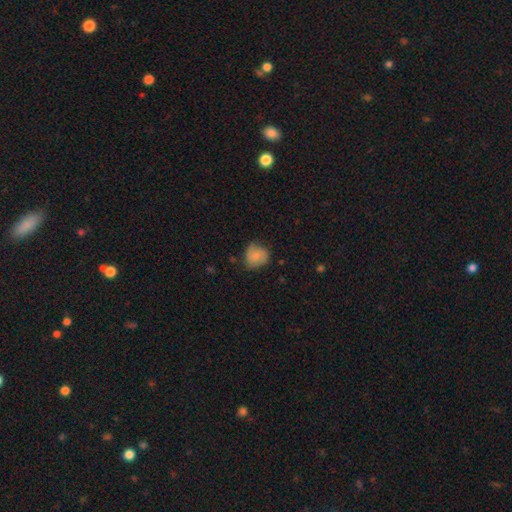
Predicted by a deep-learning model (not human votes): smooth_or_featured: smooth (p=0.64) [alt: featured or disk p=0.28]
how_rounded: round (p=0.70) [alt: in between p=0.29]
merging: none (p=0.58) [alt: minor disturbance p=0.30]